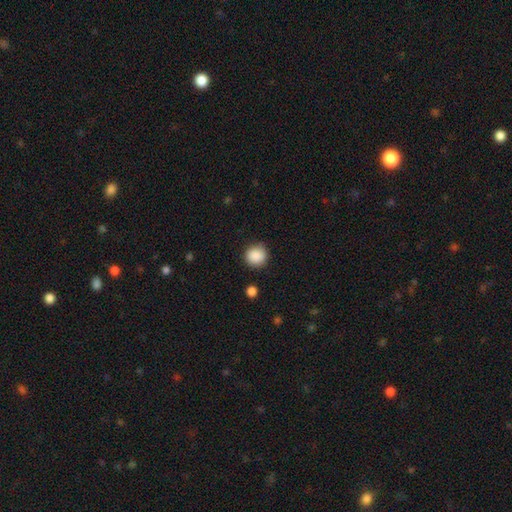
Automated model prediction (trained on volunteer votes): This is clearly a smooth galaxy (89%). How rounded: clearly round (92%). Merging: clearly none (87%).